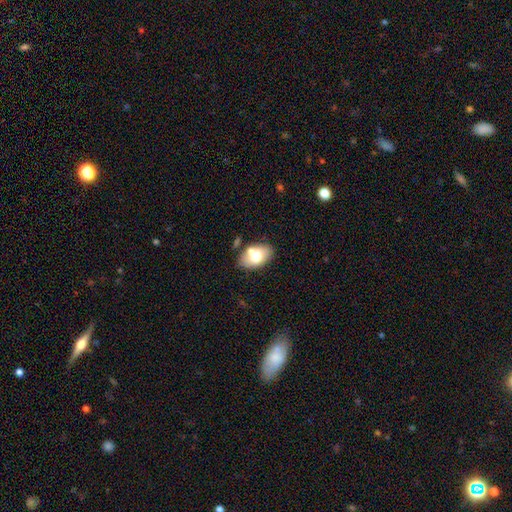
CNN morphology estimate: smooth-or-featured: smooth: 69% | featured or disk: 23% | star or artifact: 8%
  how-rounded: in between: 88% | round: 11% | cigar-shaped: 1%
  merging: none: 67% | minor disturbance: 15% | merger: 14% | major disturbance: 4%